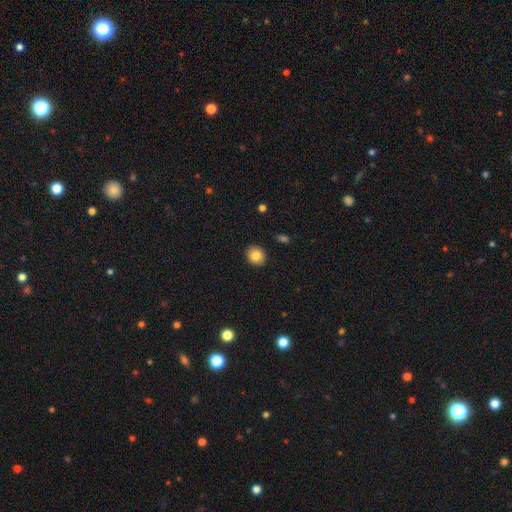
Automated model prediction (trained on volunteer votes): Smooth or featured: smooth — 84% (star or artifact — 9%)
How rounded: round — 80% (in between — 20%)
Merging: none — 91% (minor disturbance — 6%)